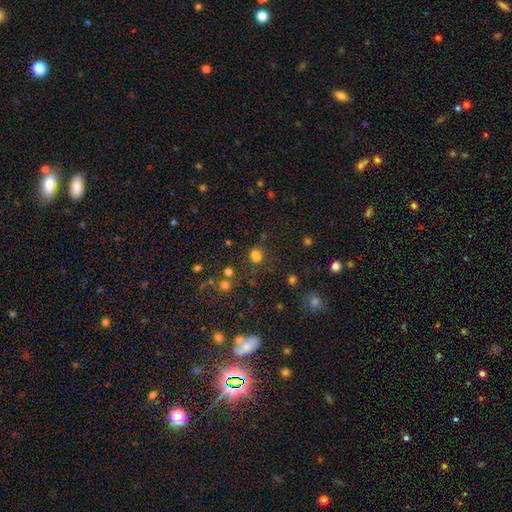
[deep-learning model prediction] Smooth or featured? smooth (76%)
How rounded? round (76%)
Merging? none (69%)